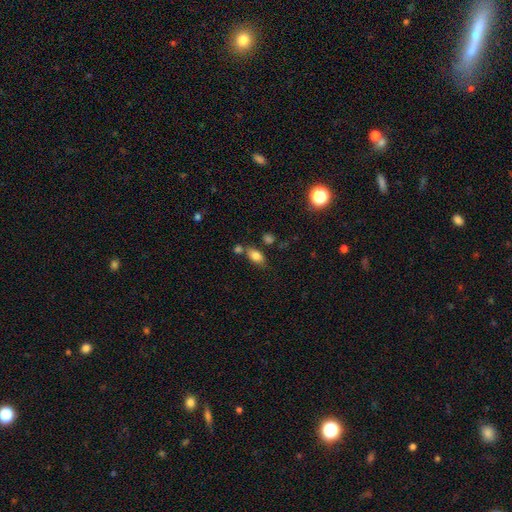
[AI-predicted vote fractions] Q: Smooth or featured?
A: smooth (81%); runner-up: star or artifact (10%)
Q: How rounded?
A: in between (87%); runner-up: round (9%)
Q: Merging?
A: none (62%); runner-up: merger (18%)